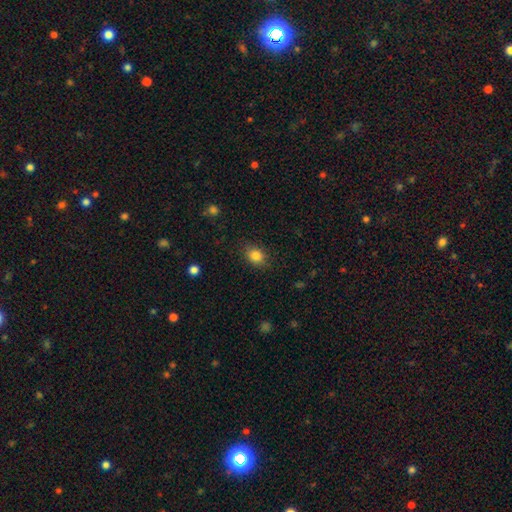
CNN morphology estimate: Q: Smooth or featured?
A: smooth (84%); runner-up: star or artifact (10%)
Q: How rounded?
A: in between (50%); runner-up: round (49%)
Q: Merging?
A: none (85%); runner-up: minor disturbance (11%)